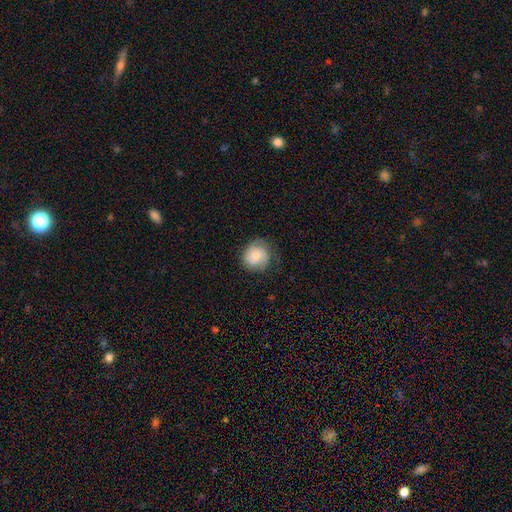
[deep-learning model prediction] This appears to be a smooth galaxy with no disk features (62%) that is round (83%). Merging: none (71%).